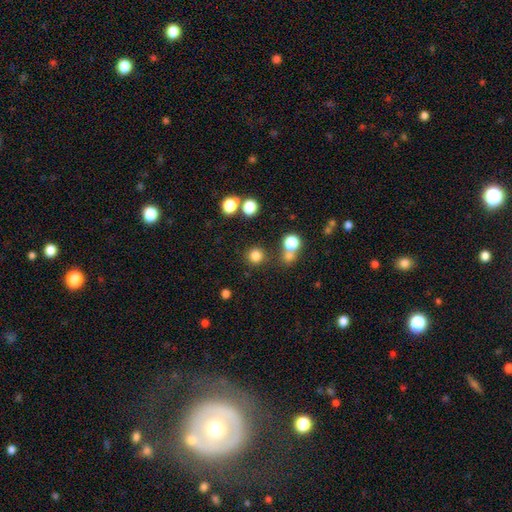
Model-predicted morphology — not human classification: smooth_or_featured: smooth (p=0.79) [alt: star or artifact p=0.16]
how_rounded: round (p=0.94) [alt: in between p=0.05]
merging: none (p=0.84) [alt: minor disturbance p=0.07]